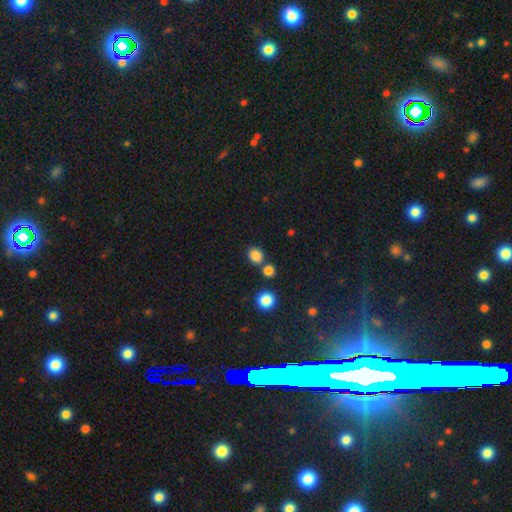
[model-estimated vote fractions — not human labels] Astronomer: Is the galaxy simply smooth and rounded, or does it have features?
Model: smooth — 83%.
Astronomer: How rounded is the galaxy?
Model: round — 69%.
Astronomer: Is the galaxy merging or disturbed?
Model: none — 74%.